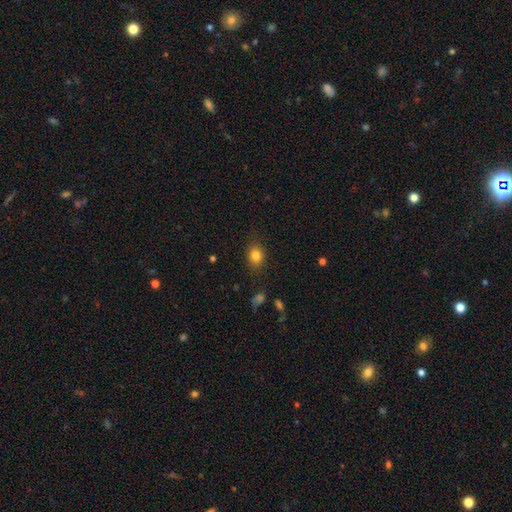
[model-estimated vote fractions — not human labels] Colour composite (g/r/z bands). It shows a smooth galaxy with no disk features (82%) that is in between round and cigar-shaped (54%). Merging: none (83%).